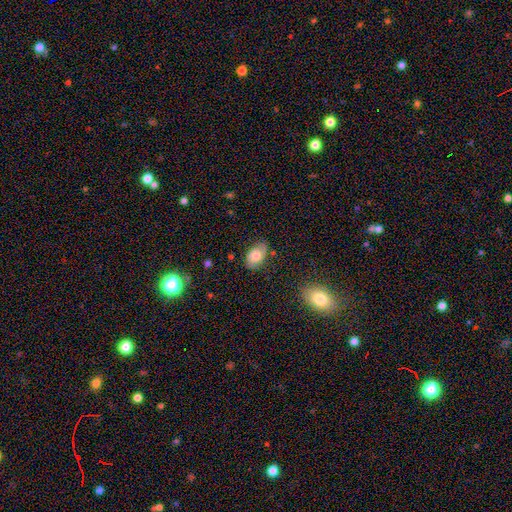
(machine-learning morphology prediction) Smooth or featured?
  - smooth: 51% *
  - featured or disk: 40%
  - star or artifact: 9%
How rounded?
  - in between: 85% *
  - round: 13%
  - cigar-shaped: 1%
Merging?
  - none: 73% *
  - minor disturbance: 20%
  - major disturbance: 5%
  - merger: 2%